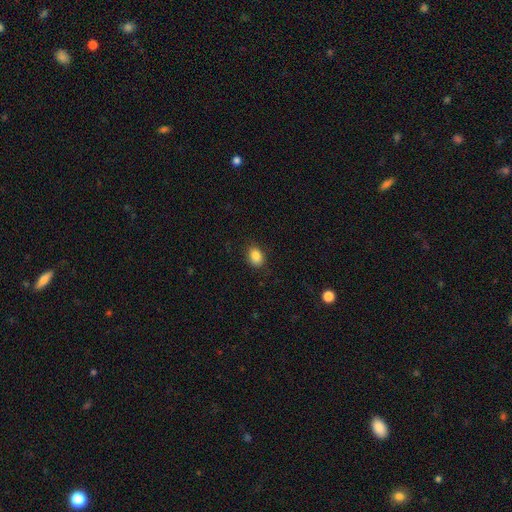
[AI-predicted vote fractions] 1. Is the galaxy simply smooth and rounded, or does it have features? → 86% smooth, 9% star or artifact, 5% featured or disk.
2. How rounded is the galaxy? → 69% in between, 30% round, 1% cigar-shaped.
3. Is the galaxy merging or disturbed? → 86% none, 11% minor disturbance, 3% major disturbance, 1% merger.